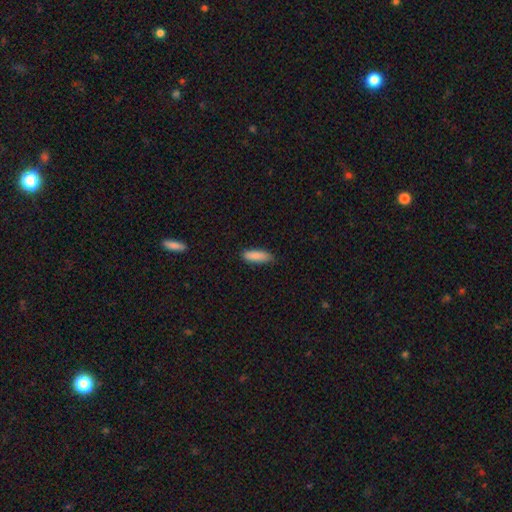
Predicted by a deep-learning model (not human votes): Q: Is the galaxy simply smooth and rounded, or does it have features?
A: smooth — 88%.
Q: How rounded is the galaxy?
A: in between — 57%.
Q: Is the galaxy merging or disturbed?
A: none — 78%.